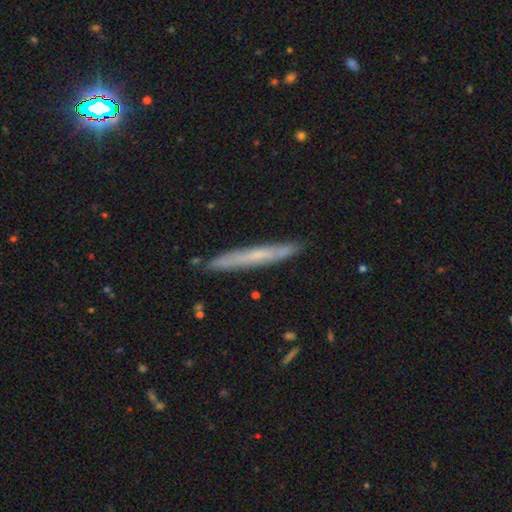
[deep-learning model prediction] This appears to be a featured or disk galaxy (48%). Merging: none (87%).